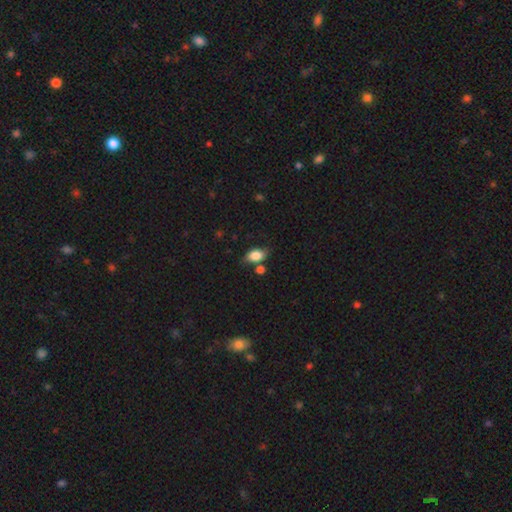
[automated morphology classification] This is clearly a smooth galaxy (83%). How rounded: clearly in between (87%). Merging: likely none (64%).